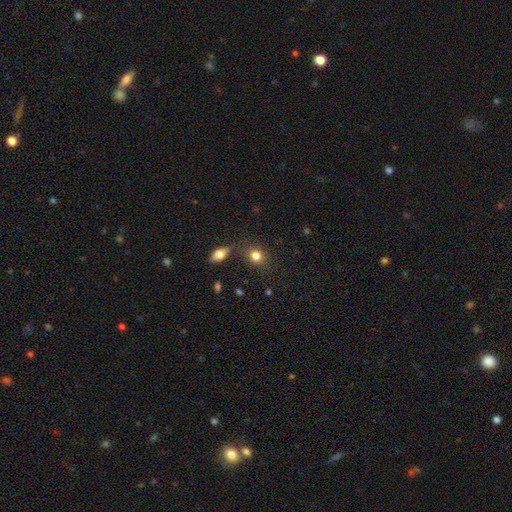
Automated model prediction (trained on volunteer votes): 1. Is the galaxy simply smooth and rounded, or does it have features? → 81% smooth, 11% star or artifact, 8% featured or disk.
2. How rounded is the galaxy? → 68% round, 31% in between, 2% cigar-shaped.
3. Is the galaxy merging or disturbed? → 78% none, 12% minor disturbance, 6% merger, 4% major disturbance.